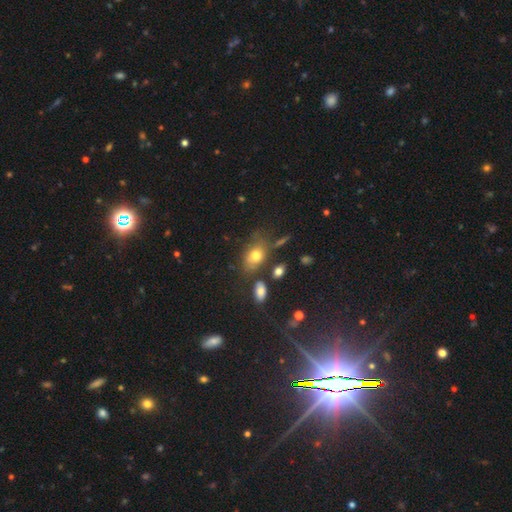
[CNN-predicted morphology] Q: Smooth or featured?
A: smooth (71%); runner-up: featured or disk (18%)
Q: How rounded?
A: in between (81%); runner-up: round (17%)
Q: Merging?
A: none (58%); runner-up: minor disturbance (22%)